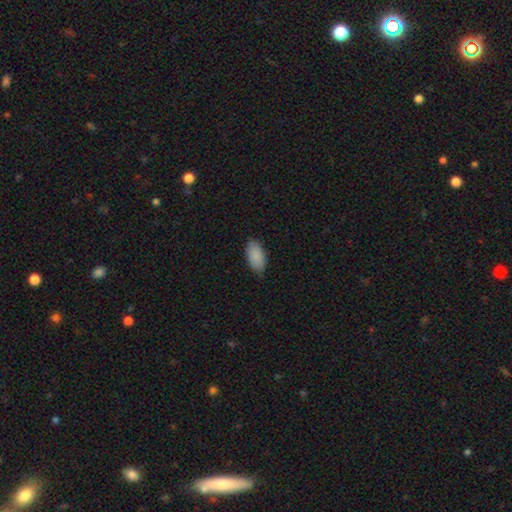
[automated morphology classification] Smooth or featured? Predicted: smooth (p=0.90). How rounded? Predicted: in between (p=0.95). Merging? Predicted: none (p=0.82).